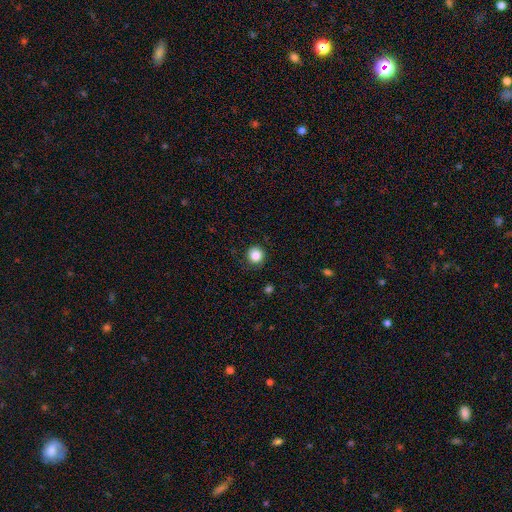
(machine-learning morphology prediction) Smooth or featured? Predicted: smooth (p=0.85). How rounded? Predicted: round (p=0.94). Merging? Predicted: none (p=0.89).